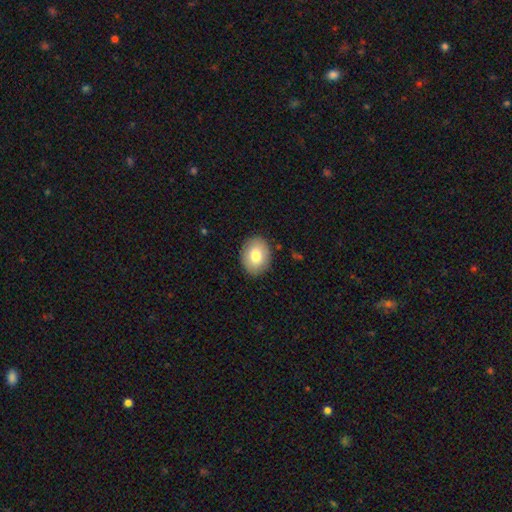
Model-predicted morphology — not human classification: Smooth or featured: smooth — 79% (featured or disk — 13%)
How rounded: in between — 58% (round — 41%)
Merging: none — 89% (minor disturbance — 8%)